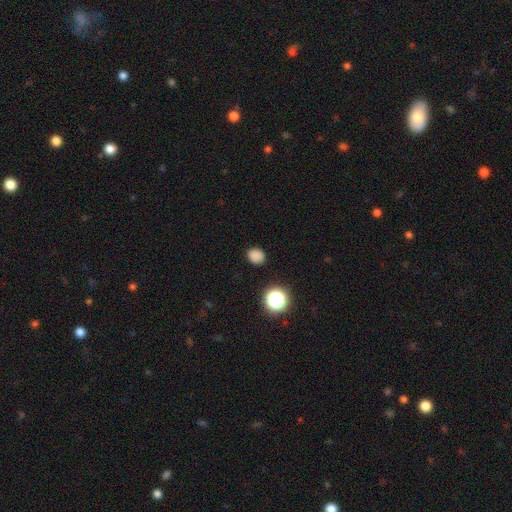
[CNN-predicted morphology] This is clearly a smooth galaxy (81%). How rounded: likely round (67%). Merging: clearly none (87%).